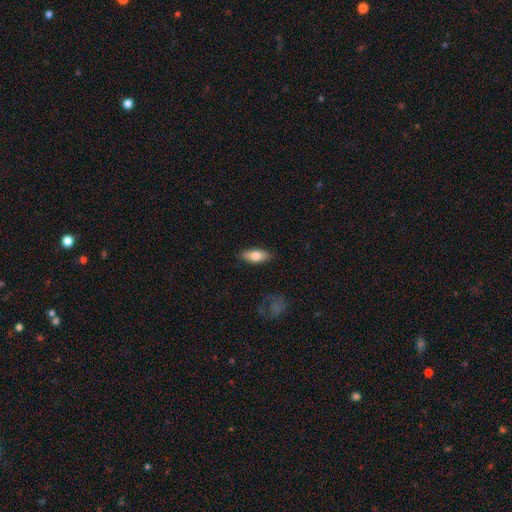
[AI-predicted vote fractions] Smooth or featured: smooth — 75% (featured or disk — 19%)
How rounded: in between — 81% (cigar-shaped — 16%)
Merging: none — 87% (minor disturbance — 10%)